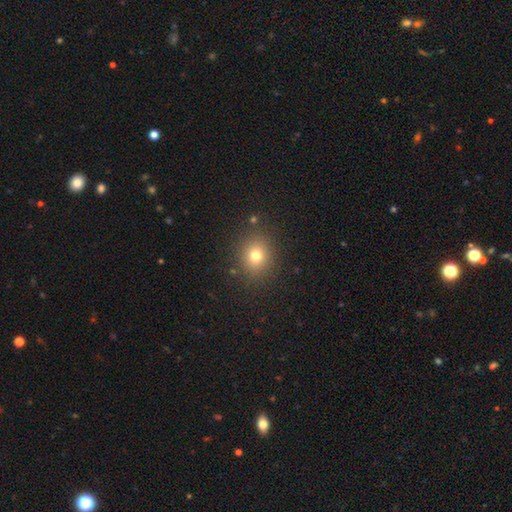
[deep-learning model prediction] smooth 75%, star or artifact 16%, featured or disk 9%. Down the decision tree: how rounded — round (74%); merging — none (87%).